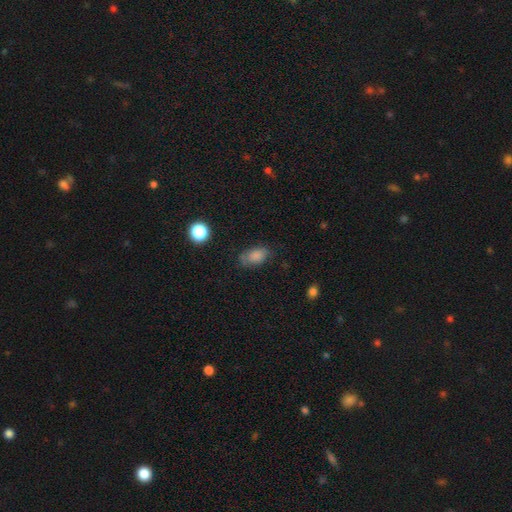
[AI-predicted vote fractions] Smooth or featured? smooth (82%)
How rounded? in between (87%)
Merging? none (67%)